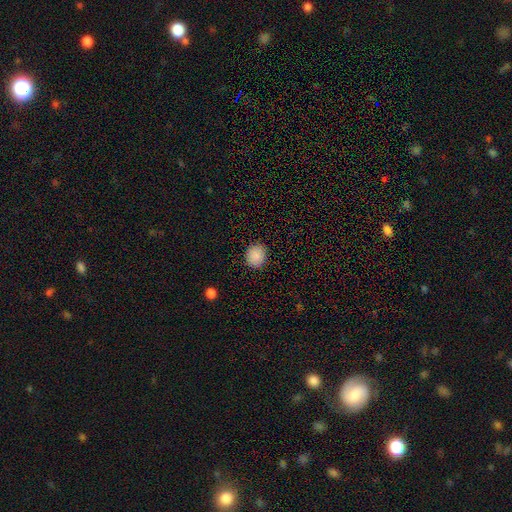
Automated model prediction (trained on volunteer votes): A smooth galaxy with no disk features (88%) that is round (74%).

Vote fractions:
- Smooth or featured? smooth: 88% / star or artifact: 9% / featured or disk: 3%
- How rounded? round: 74% / in between: 25% / cigar-shaped: 1%
- Merging? none: 89% / minor disturbance: 8% / major disturbance: 2% / merger: 1%